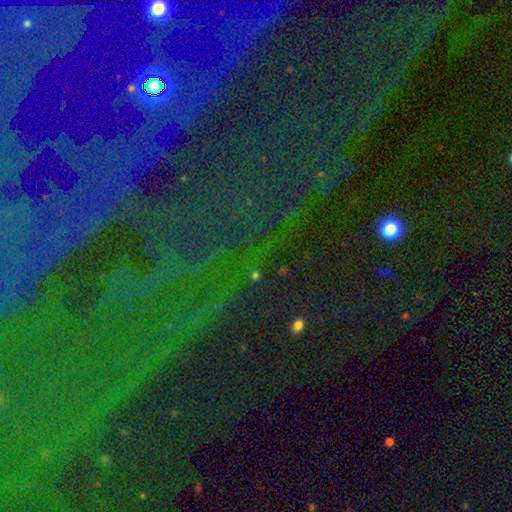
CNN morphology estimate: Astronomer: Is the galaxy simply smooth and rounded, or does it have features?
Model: star or artifact — 77%.